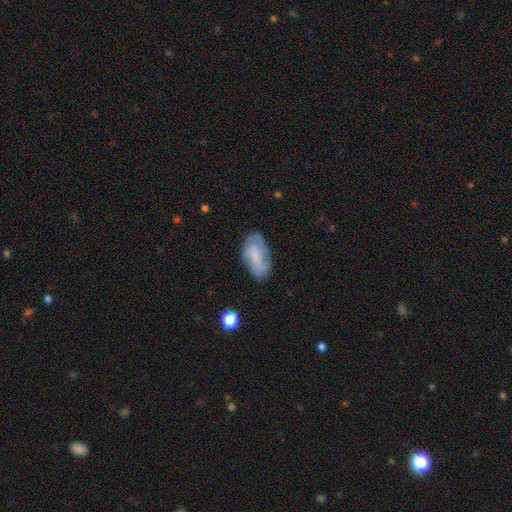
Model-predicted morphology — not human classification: Smooth or featured?
  - smooth: 49% *
  - featured or disk: 43%
  - star or artifact: 8%
Merging?
  - none: 66% *
  - minor disturbance: 24%
  - major disturbance: 9%
  - merger: 2%